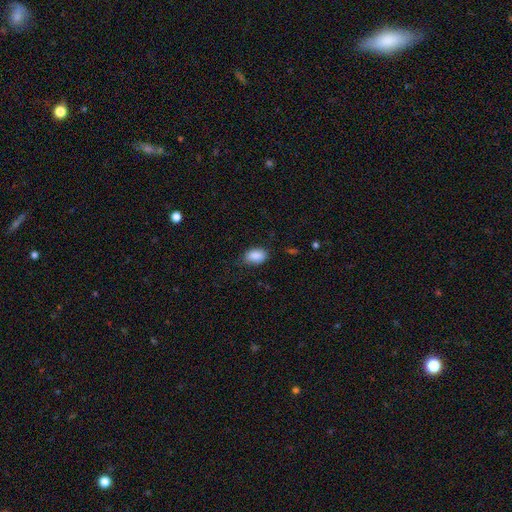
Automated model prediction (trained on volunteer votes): This appears to be a smooth galaxy with no disk features (88%) that is in between round and cigar-shaped (88%). Merging: none (74%).